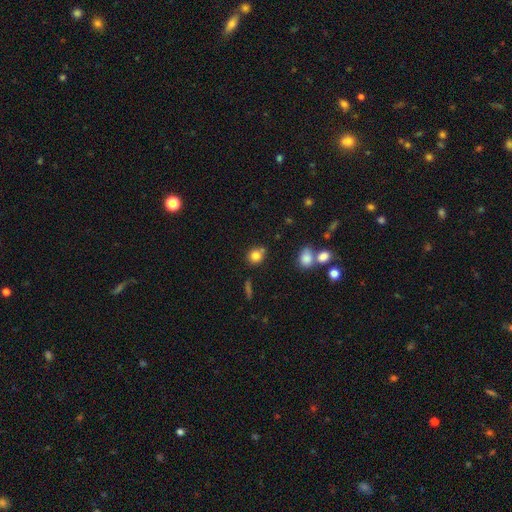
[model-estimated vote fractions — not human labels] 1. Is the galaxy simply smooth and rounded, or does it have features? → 81% smooth, 12% star or artifact, 8% featured or disk.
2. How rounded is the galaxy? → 79% round, 20% in between, 1% cigar-shaped.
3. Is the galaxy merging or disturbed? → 66% none, 16% merger, 14% minor disturbance, 4% major disturbance.